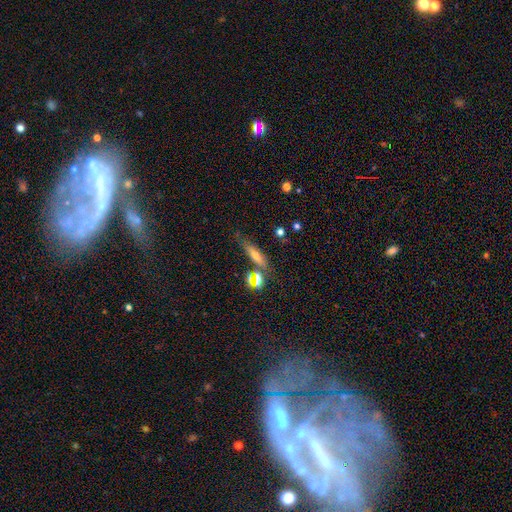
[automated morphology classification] smooth 45%, featured or disk 39%, star or artifact 16%. Down the decision tree: merging — none (65%).